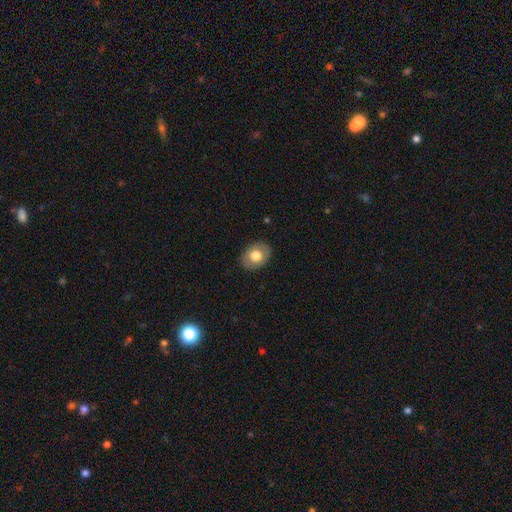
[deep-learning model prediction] Smooth or featured: smooth — 70% (featured or disk — 23%)
How rounded: in between — 65% (round — 34%)
Merging: none — 87% (minor disturbance — 10%)